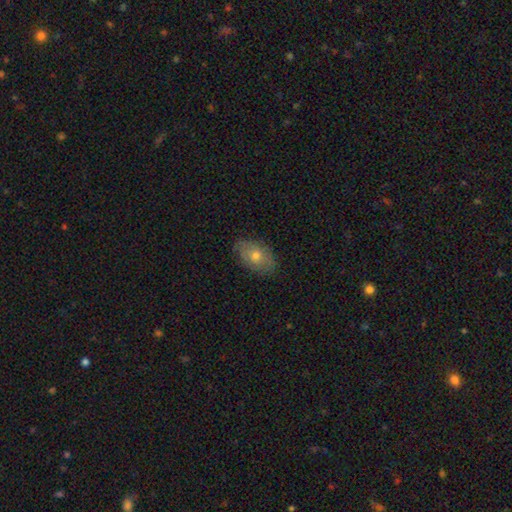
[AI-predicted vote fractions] A smooth galaxy with no disk features (63%) that is in between round and cigar-shaped (87%).

Vote fractions:
- Smooth or featured? smooth: 63% / featured or disk: 29% / star or artifact: 8%
- How rounded? in between: 87% / round: 11% / cigar-shaped: 2%
- Merging? none: 79% / minor disturbance: 17% / major disturbance: 3% / merger: 1%